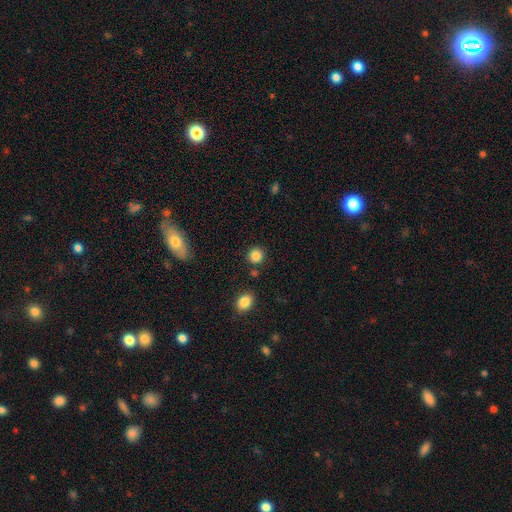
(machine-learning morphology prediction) Smooth or featured? Predicted: smooth (p=0.86). How rounded? Predicted: round (p=0.89). Merging? Predicted: none (p=0.84).